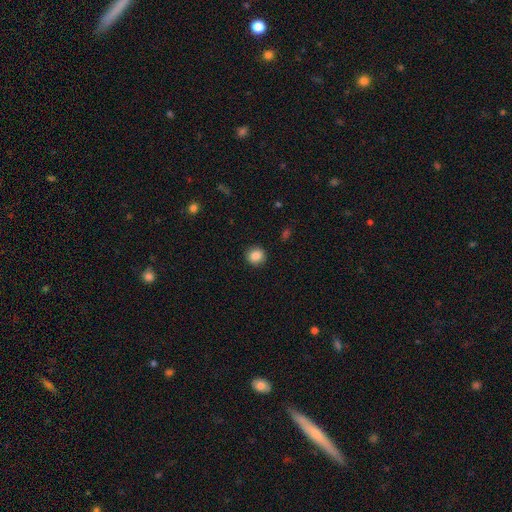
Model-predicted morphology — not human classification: Smooth or featured? Predicted: smooth (p=0.86). How rounded? Predicted: round (p=0.91). Merging? Predicted: none (p=0.92).